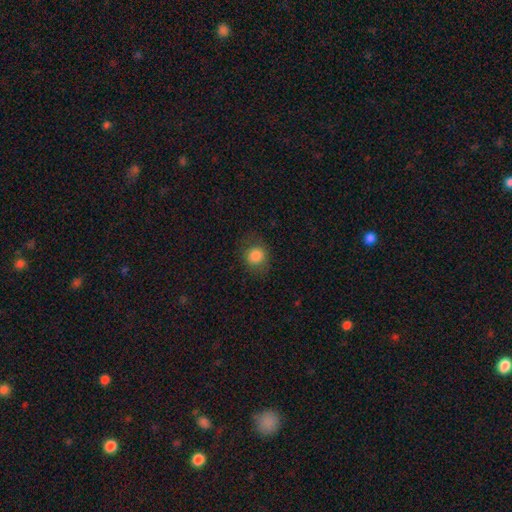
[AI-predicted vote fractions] The model was most divided on "how rounded": round: 78%, in between: 21%, cigar-shaped: 1%. More confident: smooth or featured — smooth (84%); merging — none (77%).